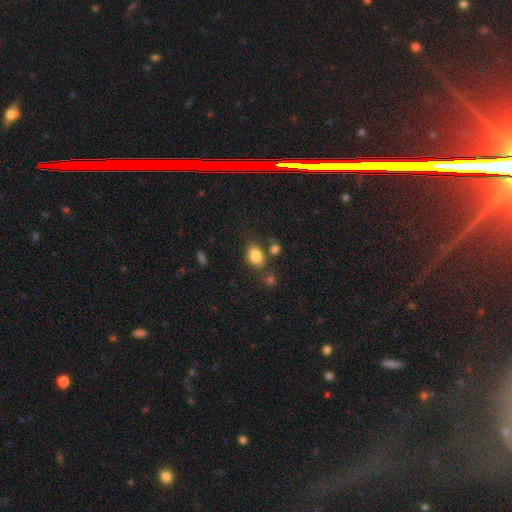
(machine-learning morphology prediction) A smooth galaxy with no disk features (84%) that is in between round and cigar-shaped (72%).

Vote fractions:
- Smooth or featured? smooth: 84% / star or artifact: 10% / featured or disk: 7%
- How rounded? in between: 72% / round: 26% / cigar-shaped: 1%
- Merging? none: 61% / minor disturbance: 16% / merger: 16% / major disturbance: 7%